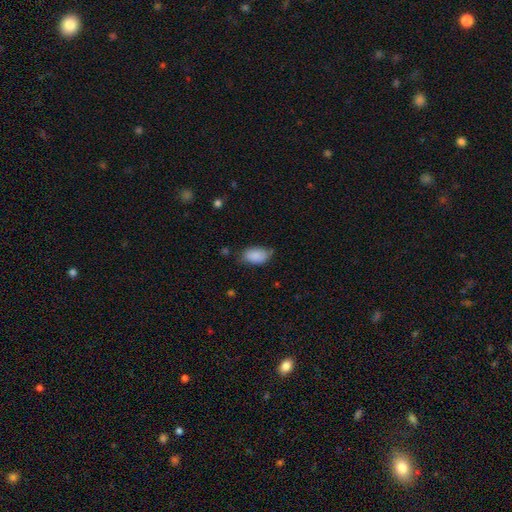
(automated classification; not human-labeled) Overall: smooth (87%). How rounded: in between (93%). Merging: none (61%; minor disturbance 31%).